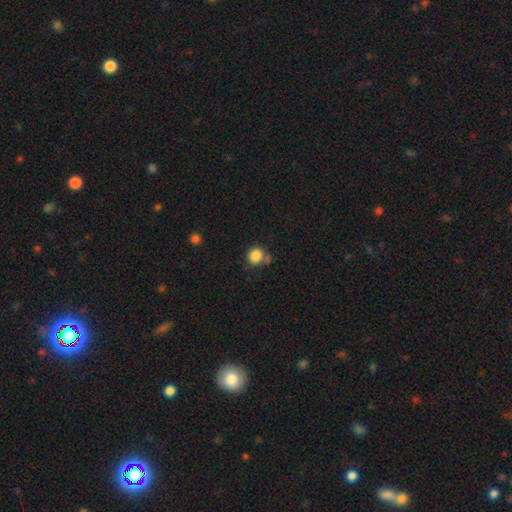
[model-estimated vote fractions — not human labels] Morphology: type=smooth (86%); roundness=round (87%); merging=none (62%).